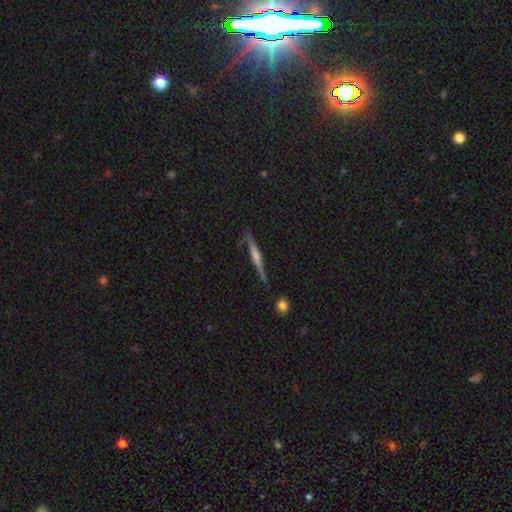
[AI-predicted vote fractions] This appears to be a featured or disk galaxy (70%) viewed edge-on (97%) with a rounded central bulge (58%). Merging: none (86%).